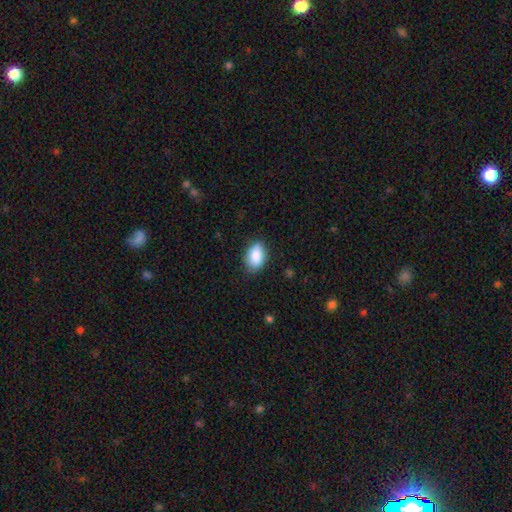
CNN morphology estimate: Overall: smooth (88%). How rounded: in between (90%). Merging: none (80%).